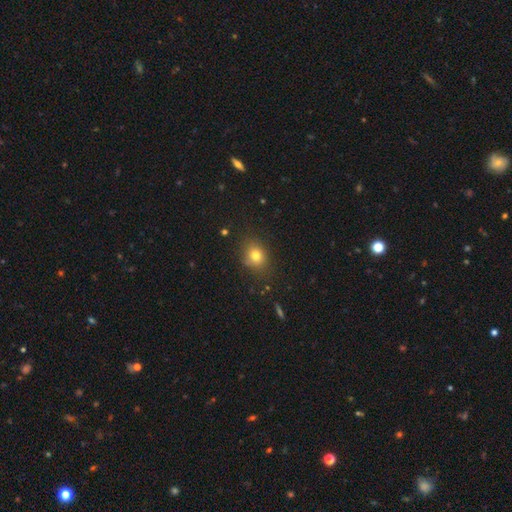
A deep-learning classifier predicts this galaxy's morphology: This appears to be a smooth galaxy with no disk features (77%) that is round (62%). Merging: none (80%).